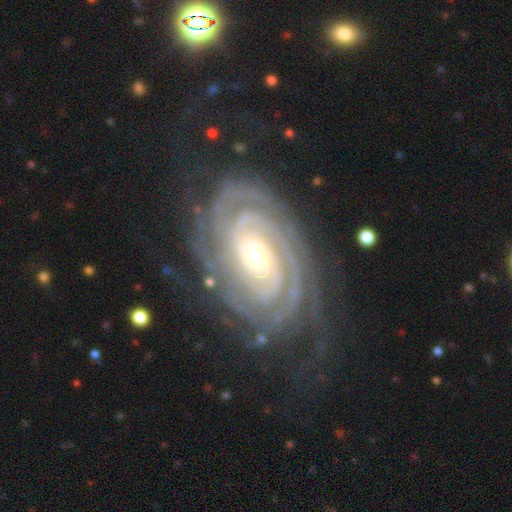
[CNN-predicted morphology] A featured or disk galaxy (92%) with no bar (62%), 2 (31%) tight (86%) spiral arms (98%) and a small central bulge (56%). Merging: none (74%).